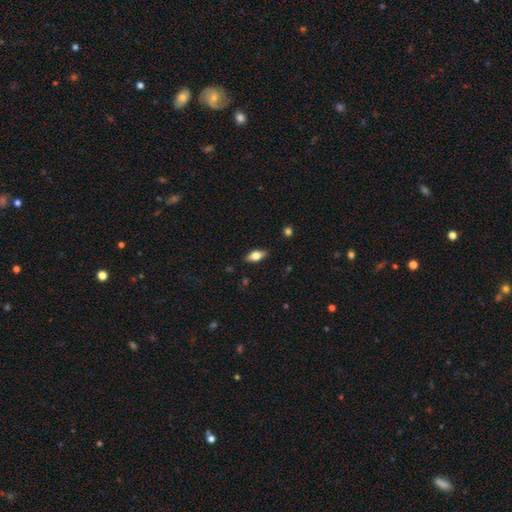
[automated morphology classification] Smooth or featured? Predicted: smooth (p=0.55). How rounded? Predicted: in between (p=0.79). Merging? Predicted: none (p=0.86).